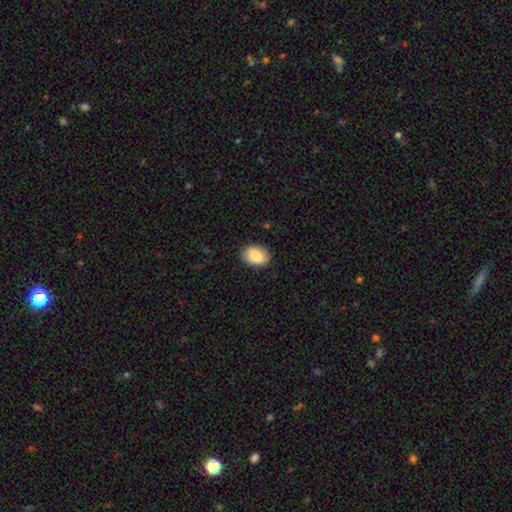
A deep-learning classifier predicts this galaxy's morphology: Q: Smooth or featured?
A: smooth (83%); runner-up: featured or disk (10%)
Q: How rounded?
A: in between (80%); runner-up: round (19%)
Q: Merging?
A: none (88%); runner-up: minor disturbance (9%)